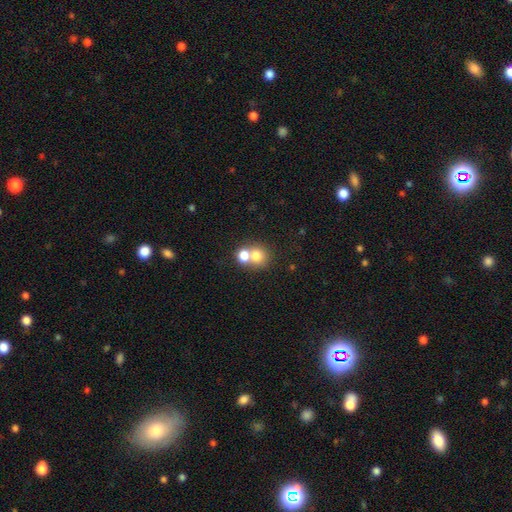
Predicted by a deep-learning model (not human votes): This is likely a smooth galaxy (74%). How rounded: likely round (79%). Merging: possibly merger (54%).